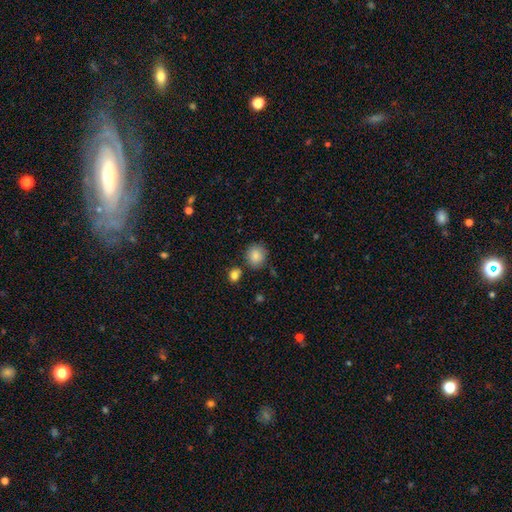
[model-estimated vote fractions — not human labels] Smooth or featured? smooth (85%)
How rounded? round (85%)
Merging? none (79%)